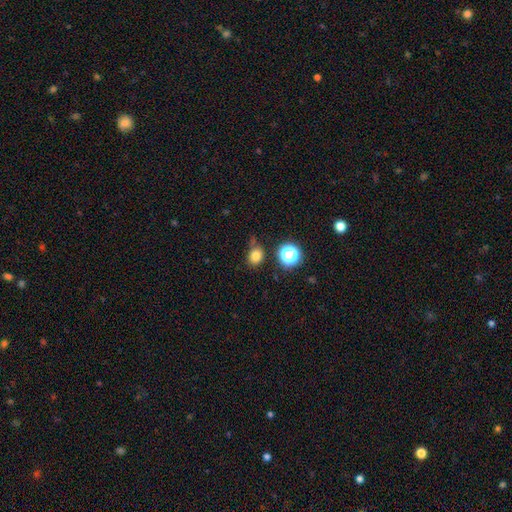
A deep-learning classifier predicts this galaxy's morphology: smooth_or_featured: smooth (p=0.78) [alt: star or artifact p=0.16]
how_rounded: round (p=0.61) [alt: in between p=0.38]
merging: none (p=0.67) [alt: minor disturbance p=0.20]